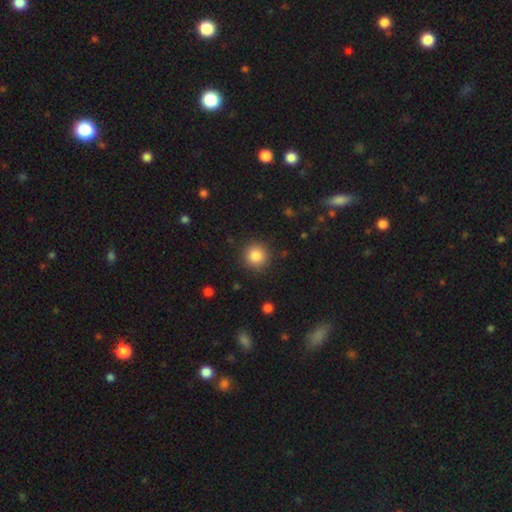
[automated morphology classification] Smooth or featured: smooth — 85% (star or artifact — 10%)
How rounded: round — 94% (in between — 5%)
Merging: none — 89% (minor disturbance — 7%)